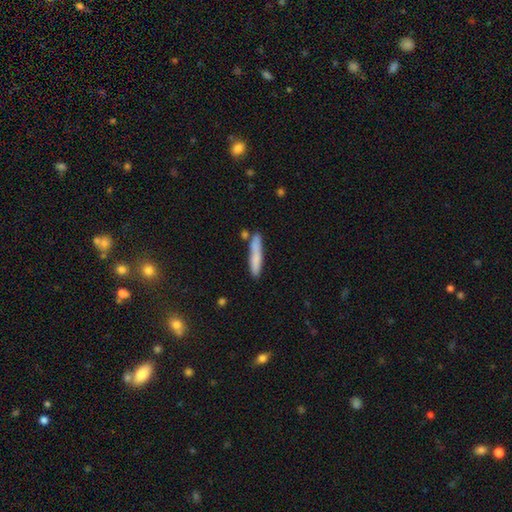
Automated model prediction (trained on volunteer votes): Smooth or featured?
  - smooth: 75% *
  - featured or disk: 18%
  - star or artifact: 7%
How rounded?
  - cigar-shaped: 92% *
  - in between: 7%
  - round: 1%
Merging?
  - none: 77% *
  - minor disturbance: 14%
  - merger: 6%
  - major disturbance: 3%